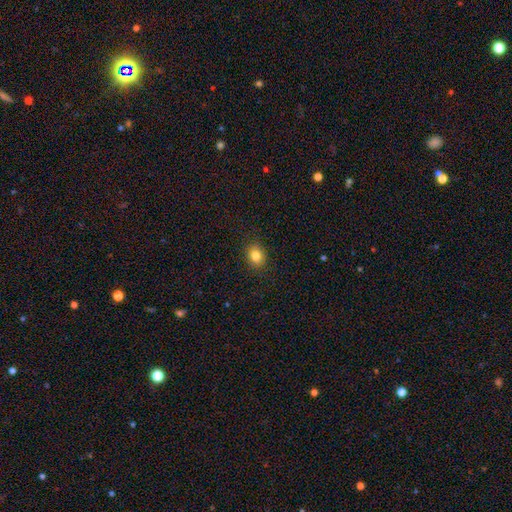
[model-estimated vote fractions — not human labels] smooth_or_featured: smooth (p=0.83) [alt: star or artifact p=0.10]
how_rounded: round (p=0.52) [alt: in between p=0.47]
merging: none (p=0.89) [alt: minor disturbance p=0.08]